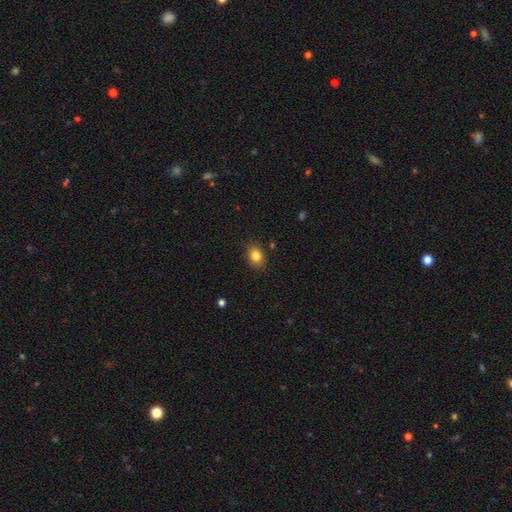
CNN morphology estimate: Smooth or featured: smooth — 83% (star or artifact — 10%)
How rounded: in between — 59% (round — 40%)
Merging: none — 87% (minor disturbance — 9%)